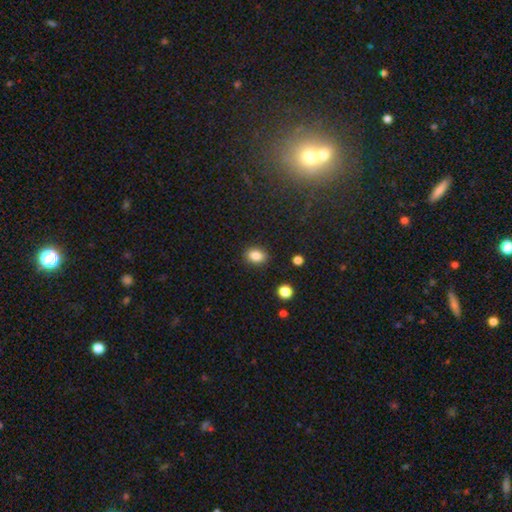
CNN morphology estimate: Smooth or featured? smooth (85%)
How rounded? in between (63%)
Merging? none (88%)